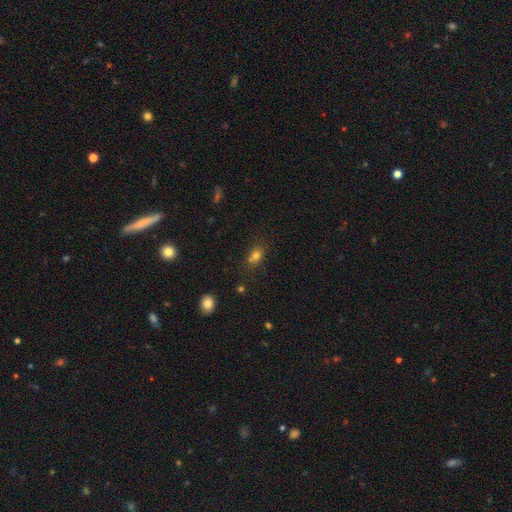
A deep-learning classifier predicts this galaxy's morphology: This appears to be a smooth galaxy with no disk features (73%) that is in between round and cigar-shaped (51%). Merging: none (55%).